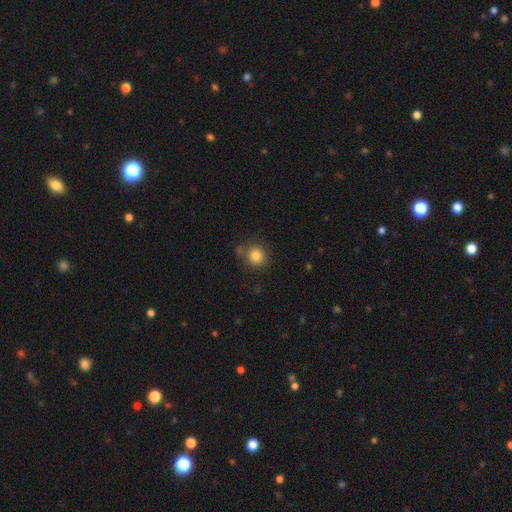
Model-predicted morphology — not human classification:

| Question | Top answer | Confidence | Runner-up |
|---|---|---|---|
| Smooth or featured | smooth | 82% | star or artifact (11%) |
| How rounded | round | 86% | in between (13%) |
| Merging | none | 76% | minor disturbance (13%) |